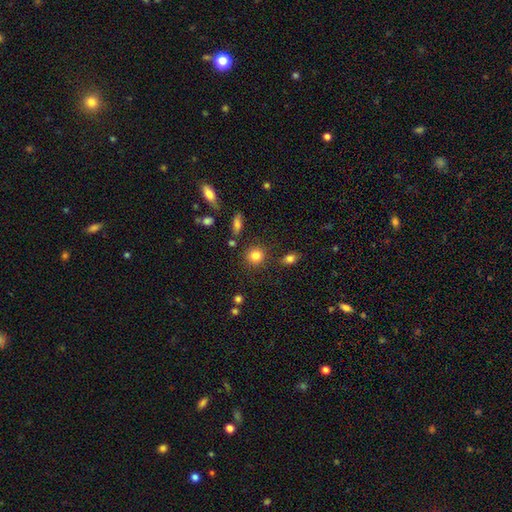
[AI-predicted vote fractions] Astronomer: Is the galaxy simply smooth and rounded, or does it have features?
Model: smooth — 82%.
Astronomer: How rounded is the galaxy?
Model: round — 86%.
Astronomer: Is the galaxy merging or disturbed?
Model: none — 83%.